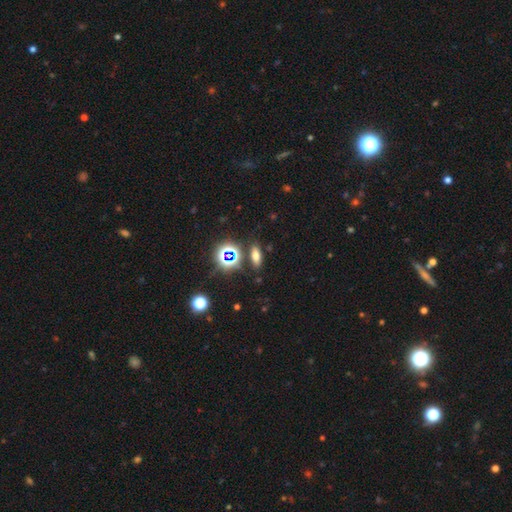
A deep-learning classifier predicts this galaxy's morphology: Q: Smooth or featured?
A: smooth (59%); runner-up: star or artifact (28%)
Q: How rounded?
A: in between (65%); runner-up: cigar-shaped (22%)
Q: Merging?
A: none (84%); runner-up: minor disturbance (9%)